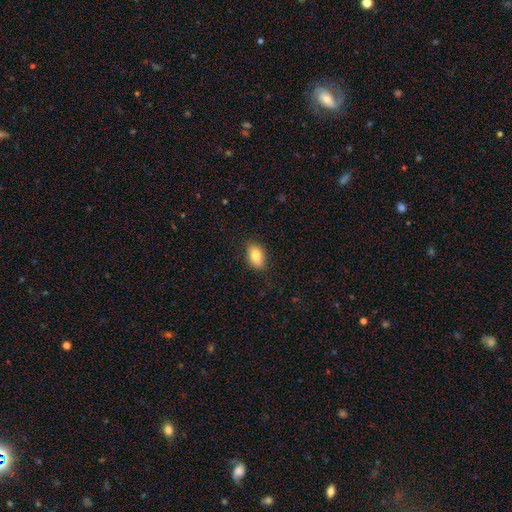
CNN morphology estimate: This appears to be a smooth galaxy with no disk features (80%) that is in between round and cigar-shaped (87%). Merging: none (84%).